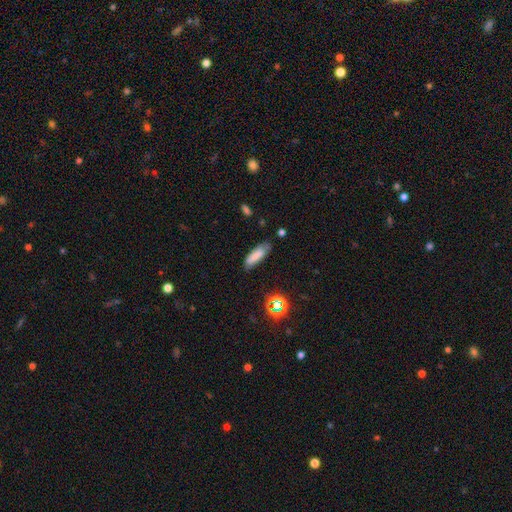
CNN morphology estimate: This appears to be a smooth galaxy with no disk features (77%) that is cigar-shaped (52%). Merging: none (69%).